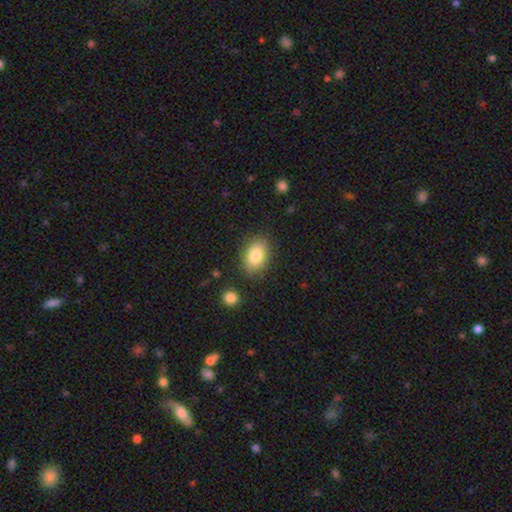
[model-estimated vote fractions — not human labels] smooth 83%, featured or disk 10%, star or artifact 8%. Down the decision tree: how rounded — in between (85%); merging — none (83%).